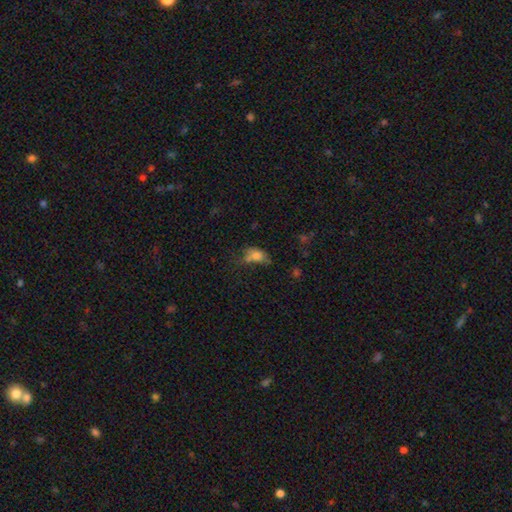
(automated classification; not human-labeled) Smooth or featured?
  - smooth: 71% *
  - featured or disk: 16%
  - star or artifact: 12%
How rounded?
  - in between: 74% *
  - round: 23%
  - cigar-shaped: 3%
Merging?
  - none: 33% *
  - minor disturbance: 26%
  - major disturbance: 20%
  - merger: 20%